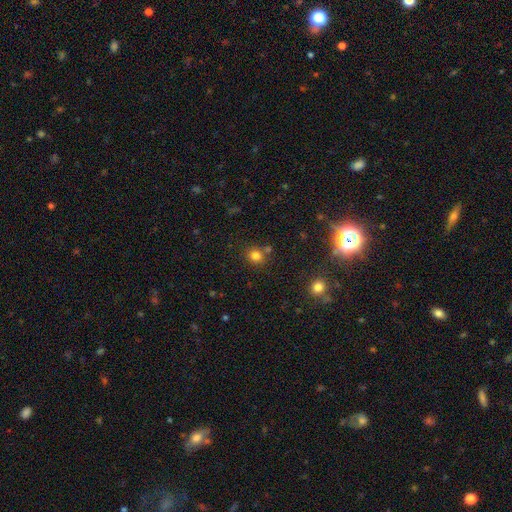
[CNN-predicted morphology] smooth-or-featured: smooth: 80% | star or artifact: 15% | featured or disk: 6%
  how-rounded: round: 85% | in between: 14% | cigar-shaped: 1%
  merging: none: 75% | merger: 13% | minor disturbance: 9% | major disturbance: 3%